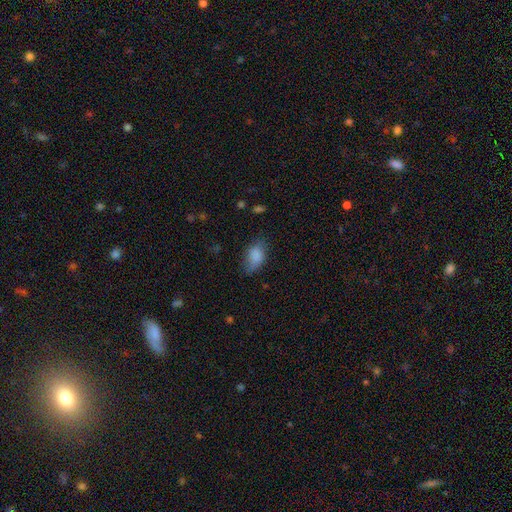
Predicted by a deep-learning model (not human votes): Smooth or featured? smooth (84%)
How rounded? in between (89%)
Merging? none (64%)